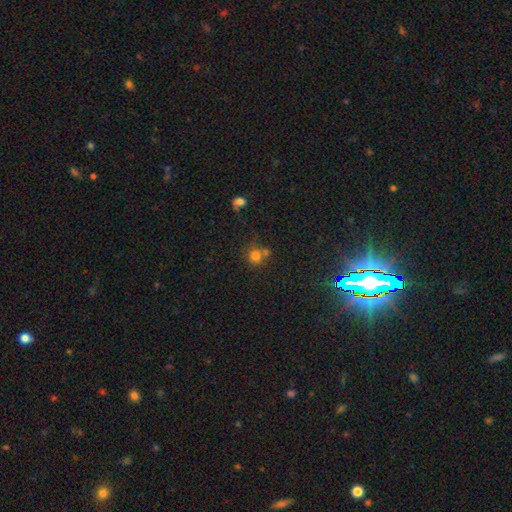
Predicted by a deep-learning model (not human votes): Smooth or featured: smooth — 75% (star or artifact — 16%)
How rounded: round — 87% (in between — 12%)
Merging: none — 54% (merger — 31%)